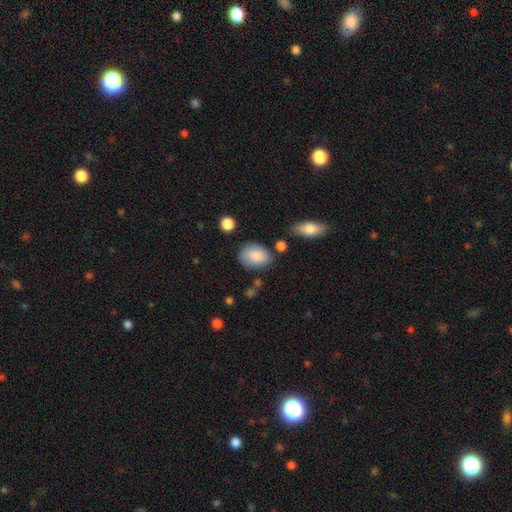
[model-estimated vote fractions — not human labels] Overall: smooth (86%). How rounded: in between (77%). Merging: none (70%).